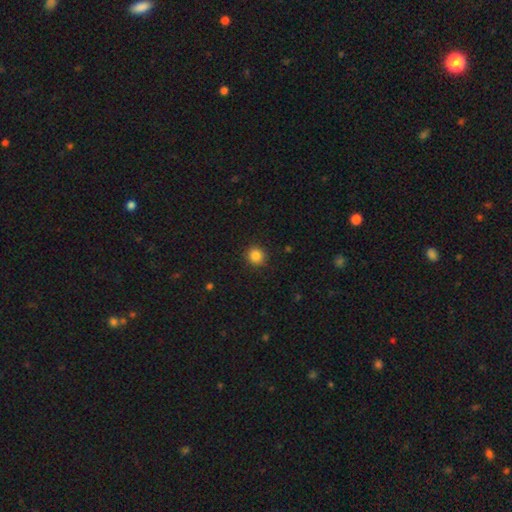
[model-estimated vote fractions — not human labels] Morphology: type=smooth (85%); roundness=round (92%); merging=none (92%).